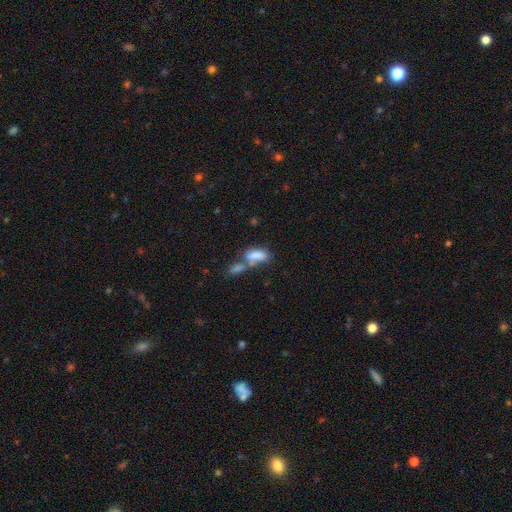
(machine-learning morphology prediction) The model was most divided on "merging": merger: 62%, none: 20%, minor disturbance: 9%, major disturbance: 8%. More confident: how rounded — in between (80%); smooth or featured — smooth (75%).